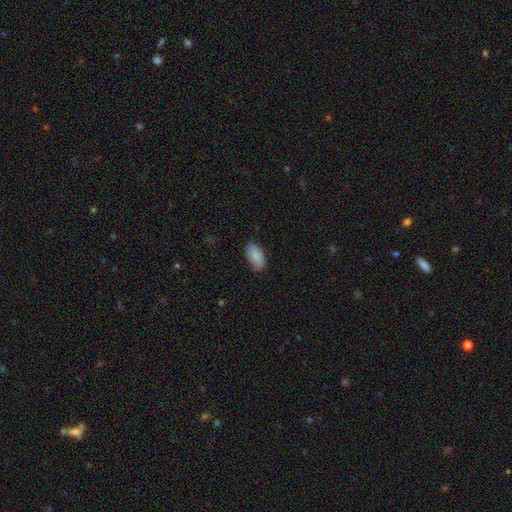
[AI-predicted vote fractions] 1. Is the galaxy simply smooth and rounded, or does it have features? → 87% smooth, 7% star or artifact, 6% featured or disk.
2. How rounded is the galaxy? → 94% in between, 4% cigar-shaped, 3% round.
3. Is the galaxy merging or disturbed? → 80% none, 16% minor disturbance, 3% major disturbance, 1% merger.